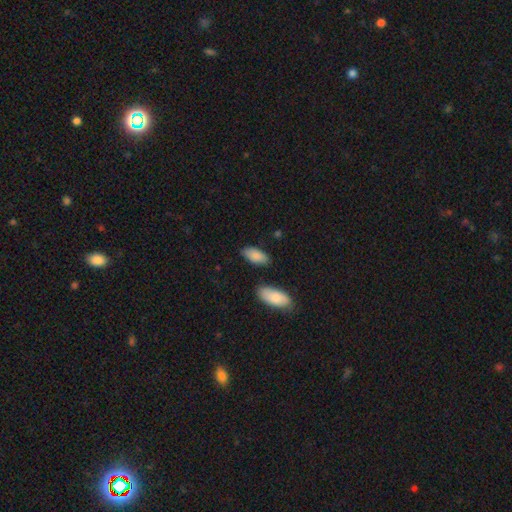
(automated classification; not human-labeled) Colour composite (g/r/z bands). It shows a smooth galaxy with no disk features (86%) that is in between round and cigar-shaped (91%). Merging: none (79%).